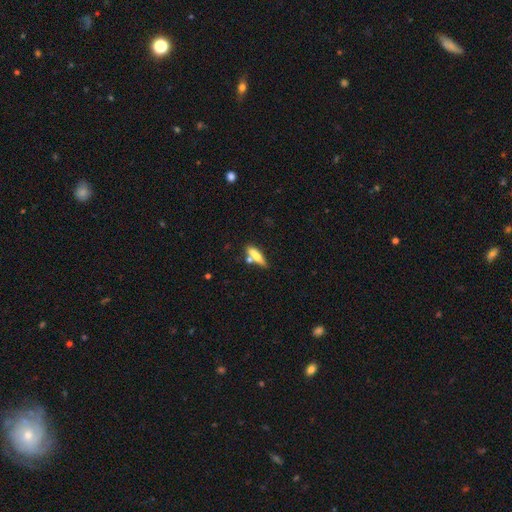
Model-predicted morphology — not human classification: smooth_or_featured: smooth (p=0.57) [alt: featured or disk p=0.36]
how_rounded: cigar-shaped (p=0.57) [alt: in between p=0.39]
merging: none (p=0.47) [alt: merger p=0.34]